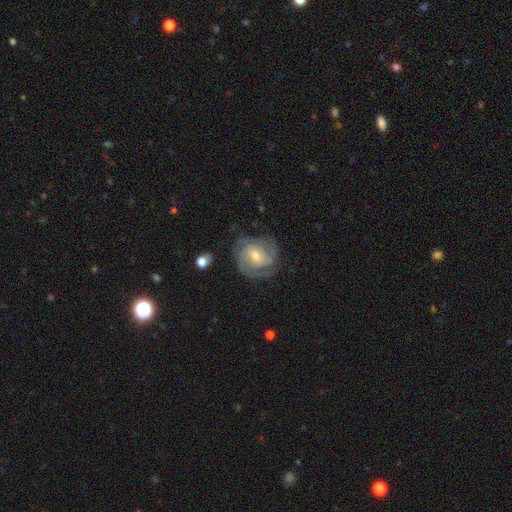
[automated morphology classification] Smooth or featured: featured or disk — 82% (smooth — 12%)
Edge-on disk: no — 98% (yes — 2%)
Bar: no — 47% (weak — 43%)
Spiral arms: yes — 95% (no — 5%)
Spiral winding: tight — 57% (medium — 35%)
Spiral arm count: 3 — 30% (2 — 27%)
Bulge size: moderate — 49% (small — 46%)
Merging: none — 72% (minor disturbance — 18%)